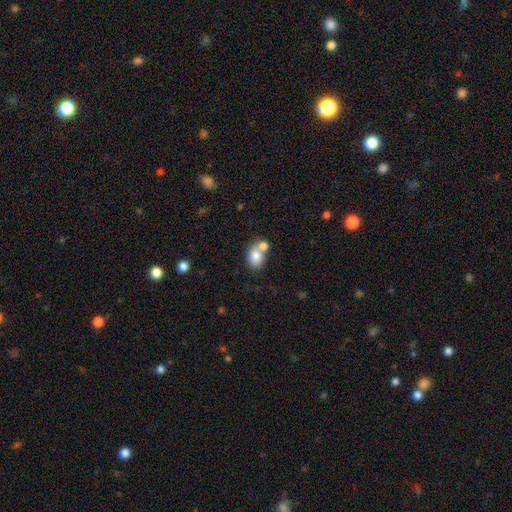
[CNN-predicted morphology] A smooth galaxy with no disk features (80%) that is in between round and cigar-shaped (69%). Merging: merger (44%).